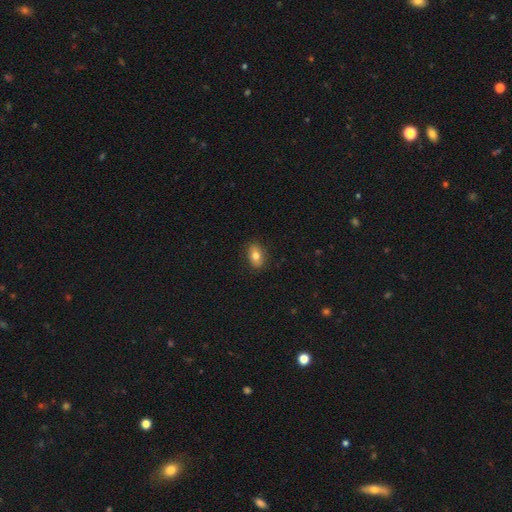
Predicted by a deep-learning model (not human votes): The model was most divided on "smooth or featured": smooth: 78%, featured or disk: 14%, star or artifact: 8%. More confident: merging — none (87%); how rounded — in between (84%).